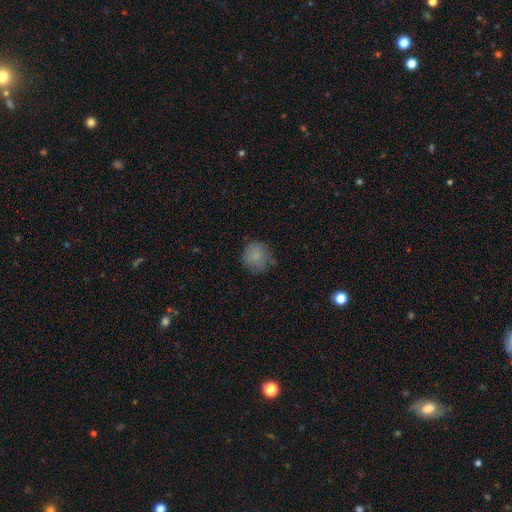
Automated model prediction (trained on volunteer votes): Smooth or featured?
  - smooth: 82% *
  - star or artifact: 9%
  - featured or disk: 8%
How rounded?
  - round: 89% *
  - in between: 10%
  - cigar-shaped: 1%
Merging?
  - none: 68% *
  - minor disturbance: 23%
  - major disturbance: 6%
  - merger: 2%